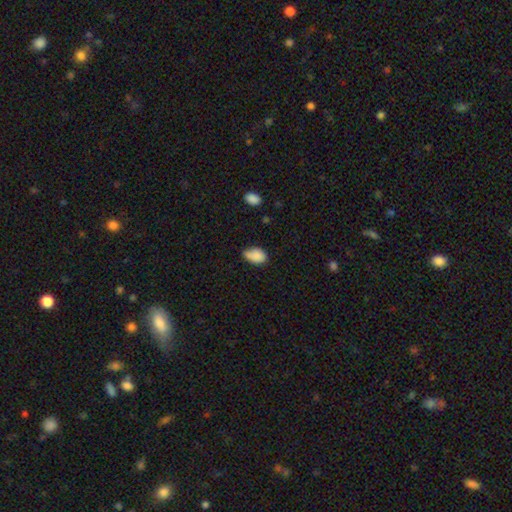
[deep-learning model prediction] Morphology: type=smooth (84%); roundness=in between (87%); merging=none (47%).